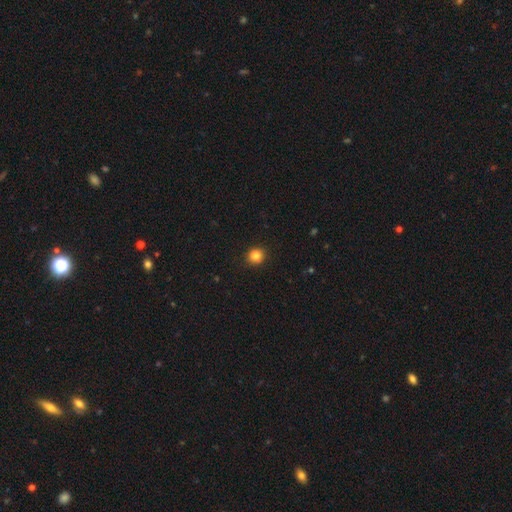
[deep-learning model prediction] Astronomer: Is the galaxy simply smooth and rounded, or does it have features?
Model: smooth — 84%.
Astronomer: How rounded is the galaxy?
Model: round — 90%.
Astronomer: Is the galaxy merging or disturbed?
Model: none — 91%.